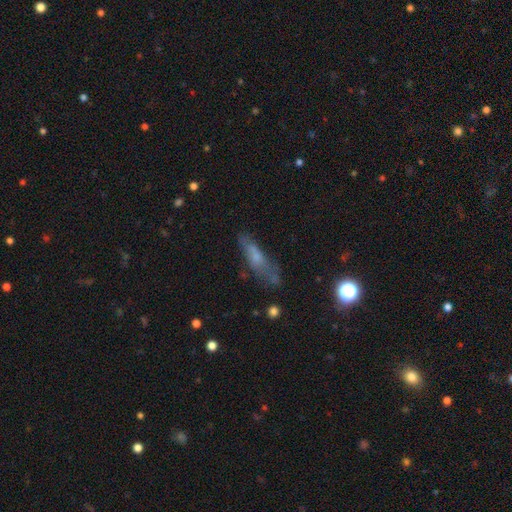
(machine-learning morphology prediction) smooth-or-featured: smooth: 42% | featured or disk: 40% | star or artifact: 17%
  merging: none: 69% | minor disturbance: 20% | major disturbance: 8% | merger: 3%